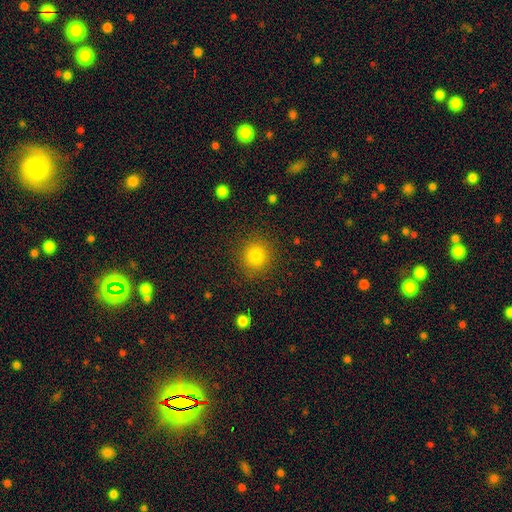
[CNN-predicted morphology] This is clearly a smooth galaxy (82%). How rounded: clearly round (93%). Merging: clearly none (89%).